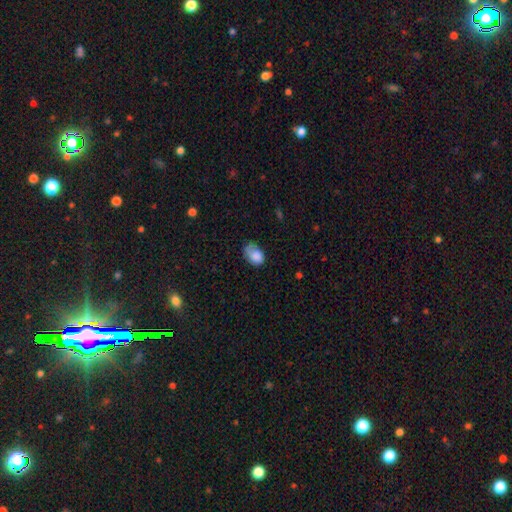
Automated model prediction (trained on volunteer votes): A smooth galaxy with no disk features (79%) that is in between round and cigar-shaped (79%). Merging: none (45%).